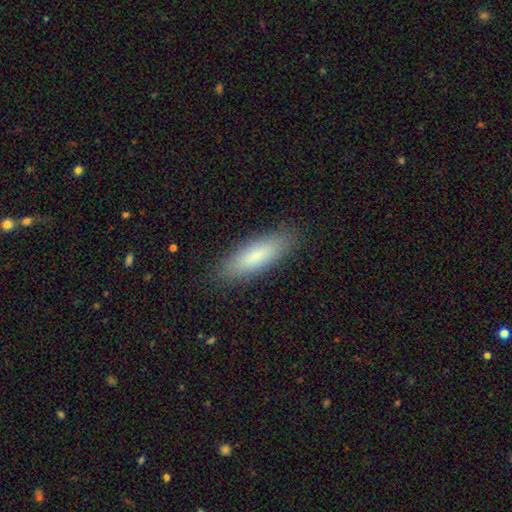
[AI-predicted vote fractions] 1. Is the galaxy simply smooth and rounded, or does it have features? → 79% smooth, 14% featured or disk, 6% star or artifact.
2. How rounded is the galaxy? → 53% cigar-shaped, 46% in between, 2% round.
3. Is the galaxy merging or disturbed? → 89% none, 8% minor disturbance, 2% major disturbance, 1% merger.